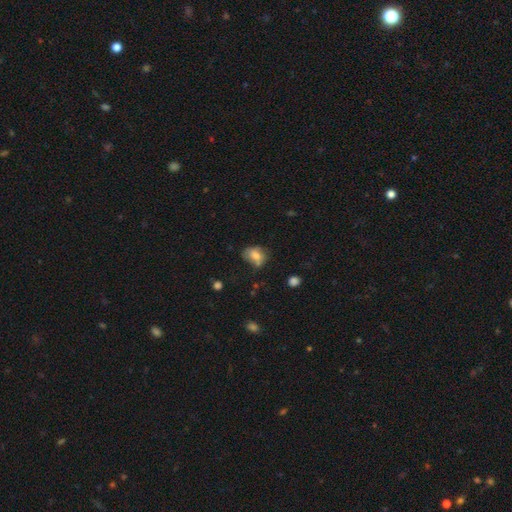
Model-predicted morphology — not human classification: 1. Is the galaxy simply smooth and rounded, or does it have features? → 68% smooth, 22% featured or disk, 10% star or artifact.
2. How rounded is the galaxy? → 66% in between, 33% round, 1% cigar-shaped.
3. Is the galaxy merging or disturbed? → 44% none, 32% minor disturbance, 16% major disturbance, 9% merger.